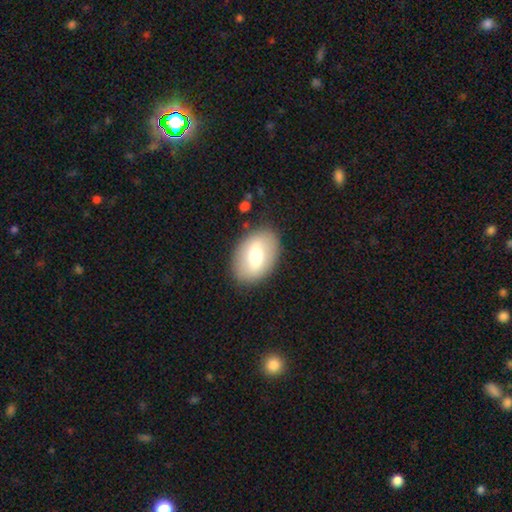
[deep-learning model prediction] This appears to be a smooth galaxy with no disk features (58%) that is in between round and cigar-shaped (82%). Merging: none (85%).